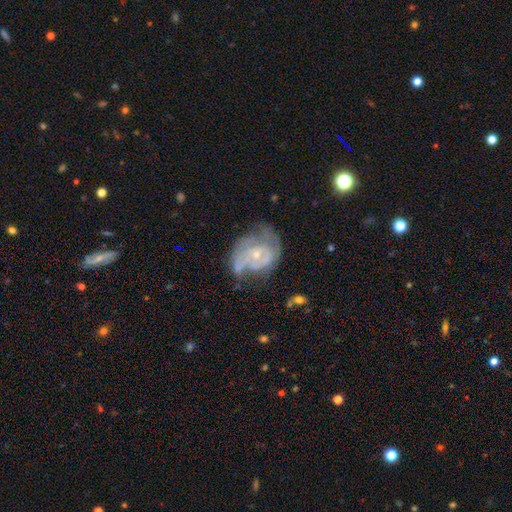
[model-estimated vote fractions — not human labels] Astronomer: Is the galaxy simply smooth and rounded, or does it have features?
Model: featured or disk — 75%.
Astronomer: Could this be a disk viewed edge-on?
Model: no — 97%.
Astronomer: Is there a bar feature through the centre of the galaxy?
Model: no — 73%.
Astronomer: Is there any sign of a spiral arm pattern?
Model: yes — 75%.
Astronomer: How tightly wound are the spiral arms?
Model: tight — 48% (runner-up: medium, 35%).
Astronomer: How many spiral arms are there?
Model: can't tell — 39% (runner-up: 2, 36%).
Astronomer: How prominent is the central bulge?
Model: small — 67%.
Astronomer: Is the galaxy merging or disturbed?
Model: none — 39% (runner-up: minor disturbance, 28%).